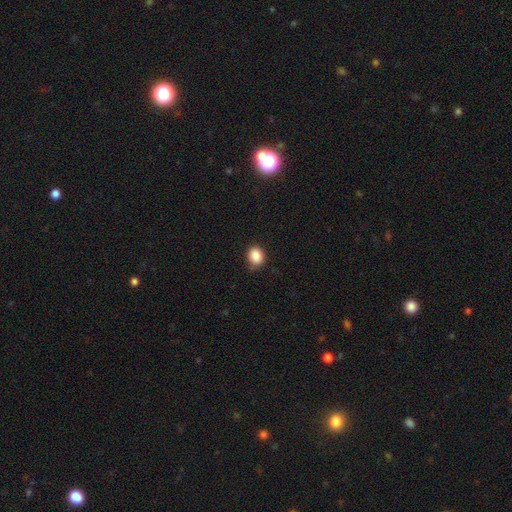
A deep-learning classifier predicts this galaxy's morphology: A smooth galaxy with no disk features (88%) that is round (56%).

Vote fractions:
- Smooth or featured? smooth: 88% / star or artifact: 9% / featured or disk: 4%
- How rounded? round: 56% / in between: 43% / cigar-shaped: 1%
- Merging? none: 75% / minor disturbance: 20% / major disturbance: 3% / merger: 1%